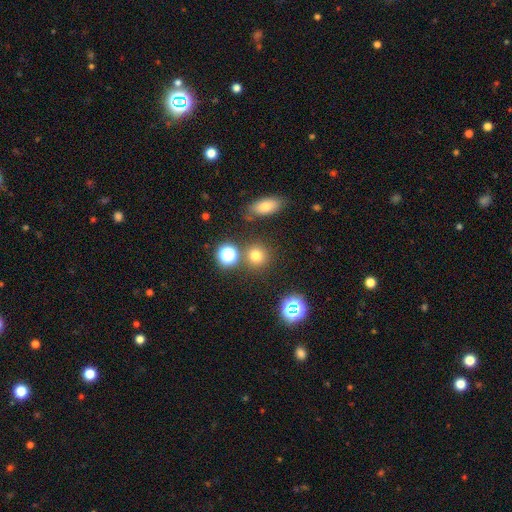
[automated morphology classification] type=smooth (72%); roundness=round (90%); merging=none (80%).